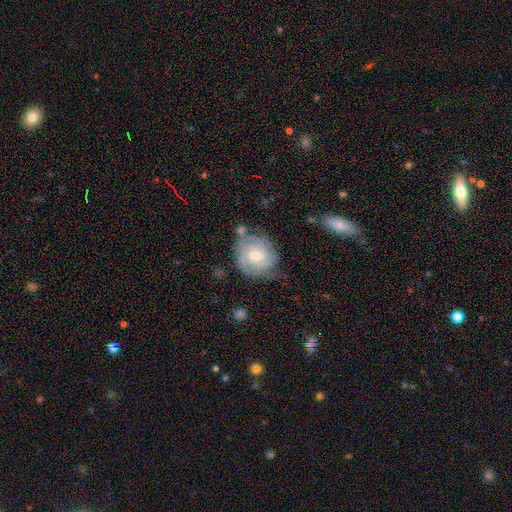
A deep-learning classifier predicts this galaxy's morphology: Q: Smooth or featured?
A: featured or disk (80%); runner-up: smooth (14%)
Q: Edge-on disk?
A: no (98%); runner-up: yes (2%)
Q: Bar?
A: no (55%); runner-up: weak (39%)
Q: Spiral arms?
A: yes (95%); runner-up: no (5%)
Q: Spiral winding?
A: tight (63%); runner-up: medium (30%)
Q: Spiral arm count?
A: 3 (30%); runner-up: can't tell (27%)
Q: Bulge size?
A: small (52%); runner-up: moderate (44%)
Q: Merging?
A: none (59%); runner-up: minor disturbance (26%)